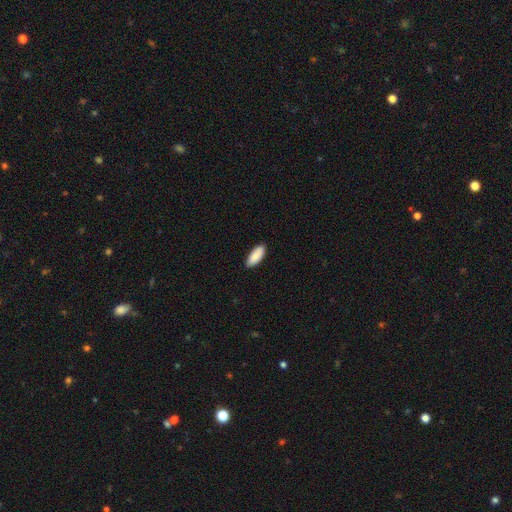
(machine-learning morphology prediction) A smooth galaxy with no disk features (89%) that is in between round and cigar-shaped (84%). Merging: none (87%).